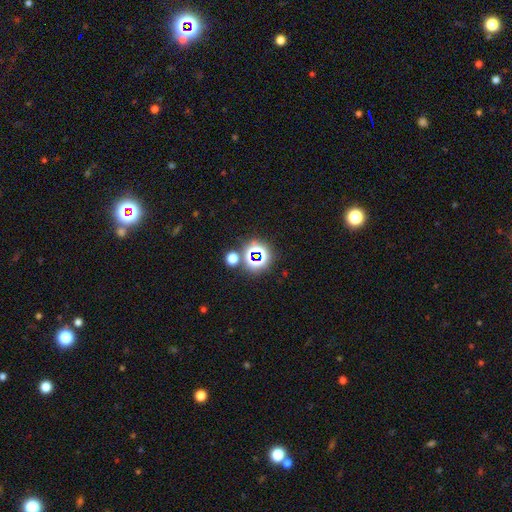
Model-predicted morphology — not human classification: A star or artifact, not a galaxy (63%).